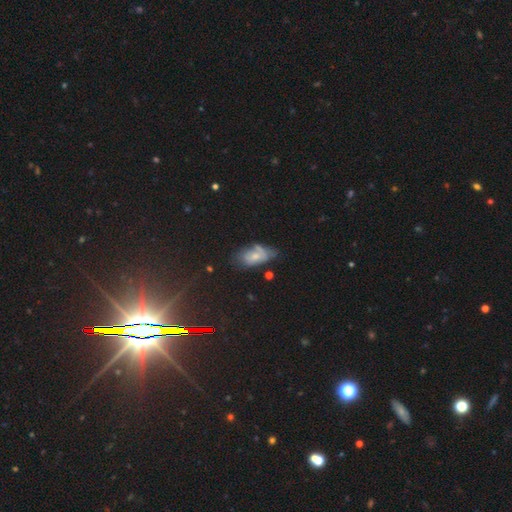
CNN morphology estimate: The model was most divided on "merging": none: 45%, minor disturbance: 33%, major disturbance: 16%, merger: 6%. Remaining: smooth or featured — smooth (49%).